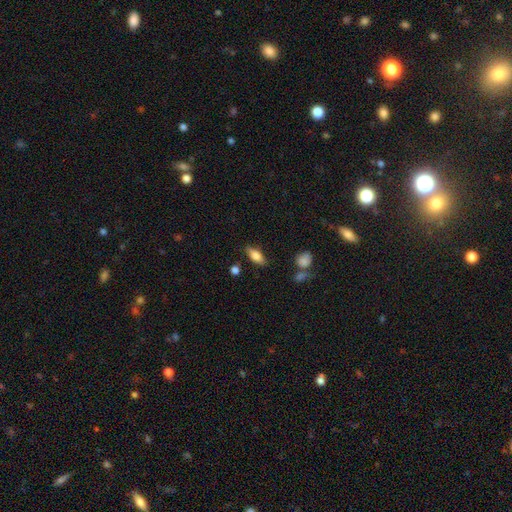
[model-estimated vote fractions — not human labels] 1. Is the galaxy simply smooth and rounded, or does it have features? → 79% smooth, 14% featured or disk, 7% star or artifact.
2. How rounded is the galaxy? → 80% in between, 17% cigar-shaped, 3% round.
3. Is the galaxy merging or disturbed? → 82% none, 12% minor disturbance, 3% major disturbance, 3% merger.